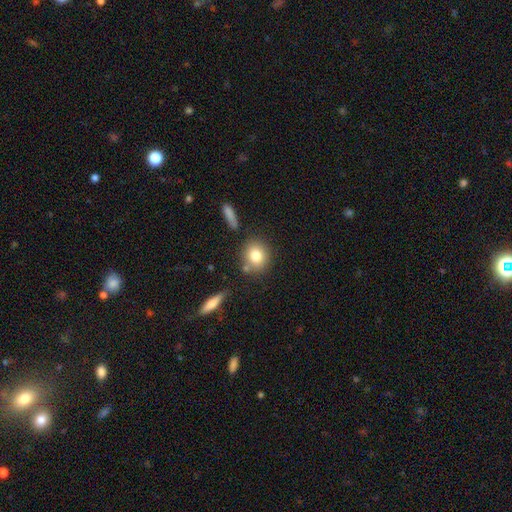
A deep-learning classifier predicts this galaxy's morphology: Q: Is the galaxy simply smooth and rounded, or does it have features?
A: smooth — 79%.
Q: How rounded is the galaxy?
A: round — 77%.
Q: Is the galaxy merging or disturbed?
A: none — 75%.